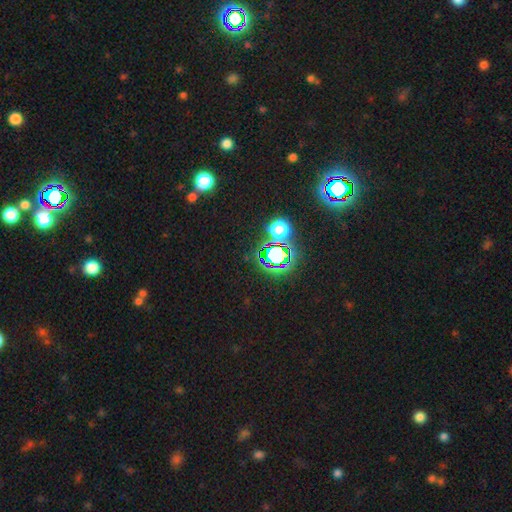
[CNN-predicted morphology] Smooth or featured? Predicted: star or artifact (p=0.78).